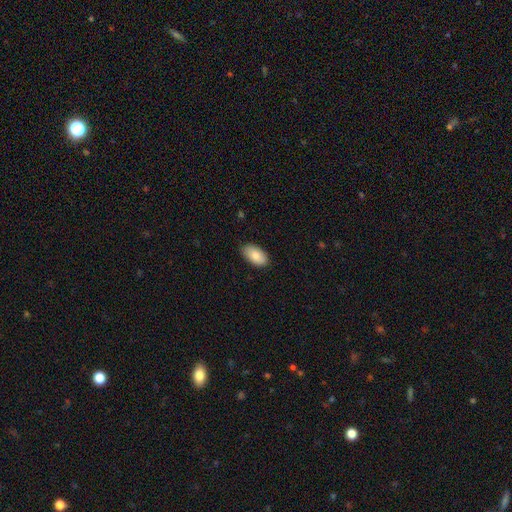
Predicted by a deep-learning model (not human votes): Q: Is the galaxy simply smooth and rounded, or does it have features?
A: smooth — 86%.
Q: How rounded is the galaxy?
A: in between — 95%.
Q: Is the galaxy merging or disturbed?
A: none — 84%.